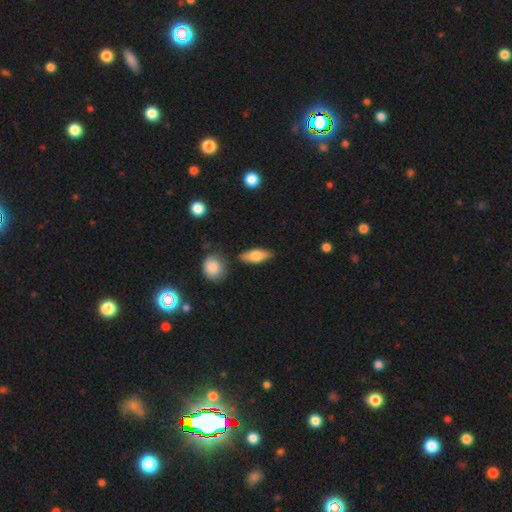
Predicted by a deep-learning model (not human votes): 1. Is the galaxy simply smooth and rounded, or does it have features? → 70% smooth, 24% featured or disk, 6% star or artifact.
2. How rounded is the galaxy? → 74% in between, 22% cigar-shaped, 3% round.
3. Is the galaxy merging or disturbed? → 81% none, 11% minor disturbance, 5% merger, 3% major disturbance.